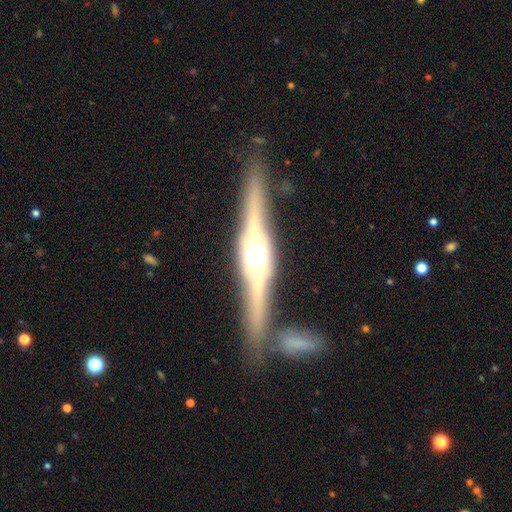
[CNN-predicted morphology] Q: Smooth or featured?
A: featured or disk (69%); runner-up: smooth (24%)
Q: Edge-on disk?
A: yes (94%); runner-up: no (6%)
Q: Edge-on bulge?
A: rounded (89%); runner-up: boxy (8%)
Q: Merging?
A: none (84%); runner-up: minor disturbance (10%)